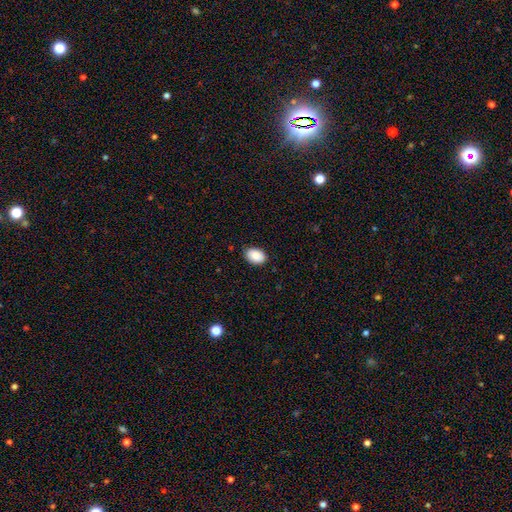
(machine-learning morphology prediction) Overall: smooth (88%). How rounded: in between (81%). Merging: none (84%).